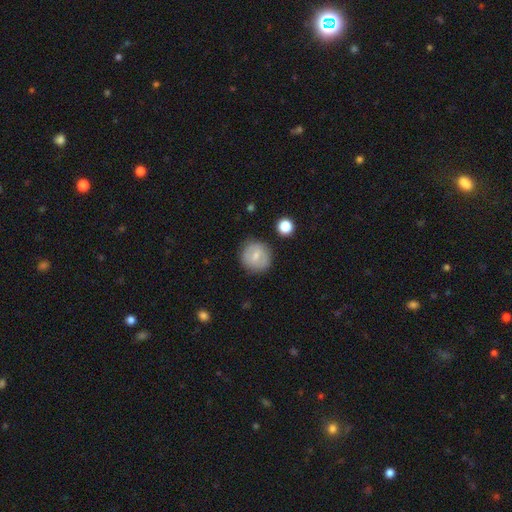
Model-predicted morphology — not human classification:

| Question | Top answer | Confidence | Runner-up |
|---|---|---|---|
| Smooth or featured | smooth | 68% | featured or disk (24%) |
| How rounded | round | 91% | in between (8%) |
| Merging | none | 85% | minor disturbance (10%) |